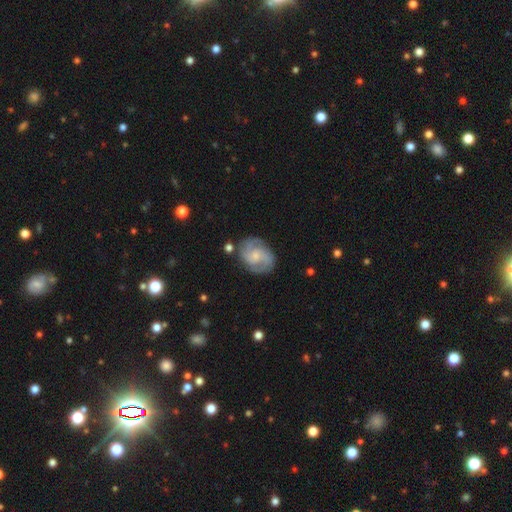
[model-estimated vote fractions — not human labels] The model was most divided on "bar": no: 50%, weak: 43%, strong: 7%. Remaining: edge-on disk — no (98%); spiral arms — yes (95%); smooth or featured — featured or disk (80%); merging — none (76%); spiral arm count — 2 (64%); bulge size — small (50%); spiral winding — medium (49%).